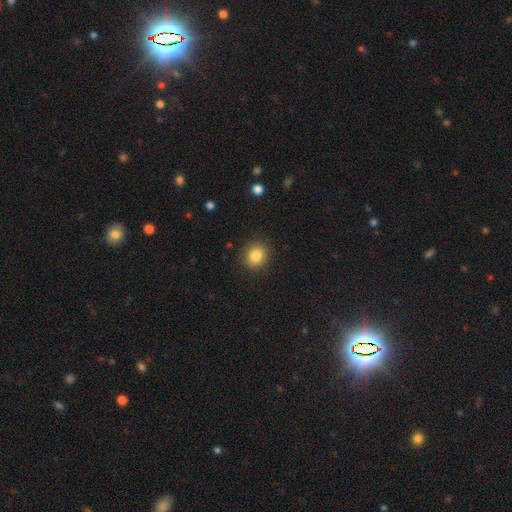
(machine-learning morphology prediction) type=smooth (85%); roundness=round (75%); merging=none (89%).